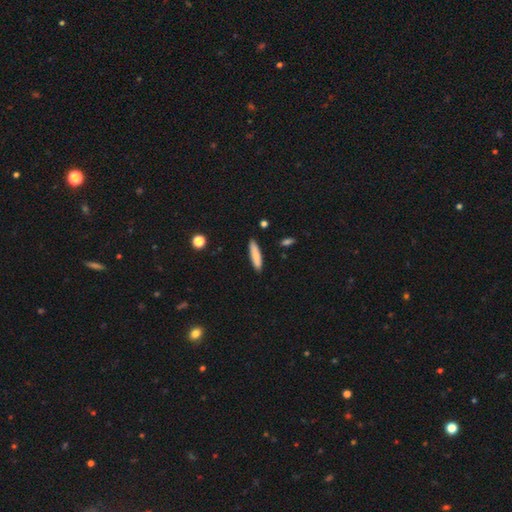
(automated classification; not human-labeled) smooth-or-featured: smooth: 81% | featured or disk: 13% | star or artifact: 6%
  how-rounded: cigar-shaped: 80% | in between: 19% | round: 2%
  merging: none: 88% | minor disturbance: 8% | merger: 2% | major disturbance: 2%